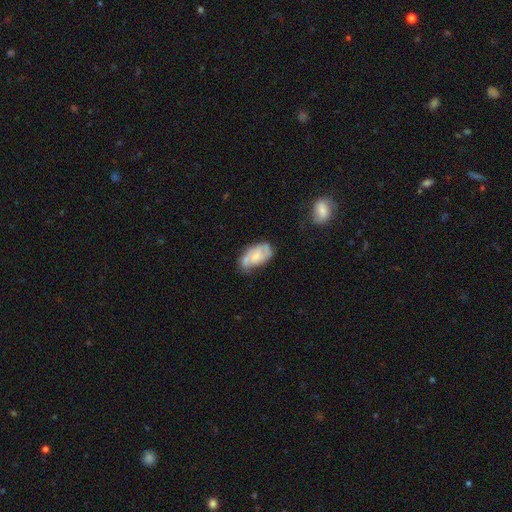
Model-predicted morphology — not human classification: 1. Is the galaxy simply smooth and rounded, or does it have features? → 62% featured or disk, 31% smooth, 7% star or artifact.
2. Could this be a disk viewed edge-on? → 96% no, 4% yes.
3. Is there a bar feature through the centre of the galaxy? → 61% no, 33% weak, 6% strong.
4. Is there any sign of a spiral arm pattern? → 84% yes, 16% no.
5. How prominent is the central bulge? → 45% small, 29% moderate, 19% none, 5% large, 1% dominant.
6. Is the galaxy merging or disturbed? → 54% none, 31% minor disturbance, 11% major disturbance, 4% merger.